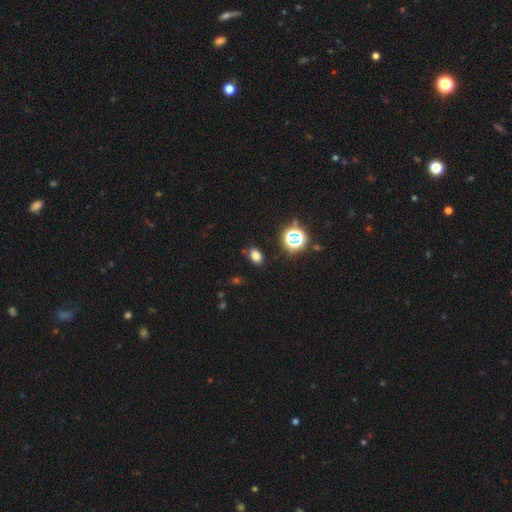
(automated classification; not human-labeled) The model was most divided on "smooth or featured": smooth: 73%, star or artifact: 20%, featured or disk: 7%. More confident: merging — none (84%); how rounded — in between (80%).